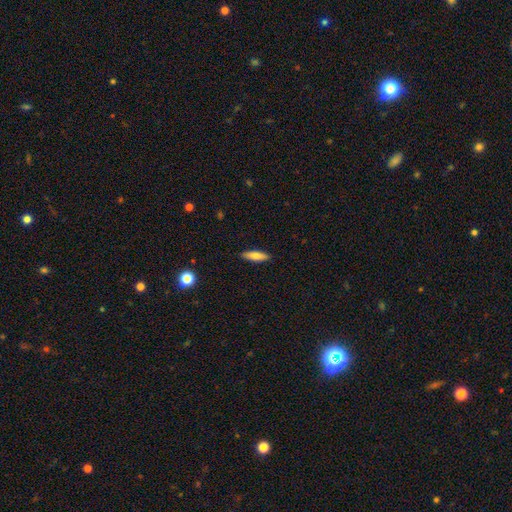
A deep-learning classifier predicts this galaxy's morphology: A smooth galaxy with no disk features (75%) that is cigar-shaped (56%).

Vote fractions:
- Smooth or featured? smooth: 75% / featured or disk: 19% / star or artifact: 7%
- How rounded? cigar-shaped: 56% / in between: 42% / round: 2%
- Merging? none: 89% / minor disturbance: 8% / major disturbance: 2% / merger: 1%